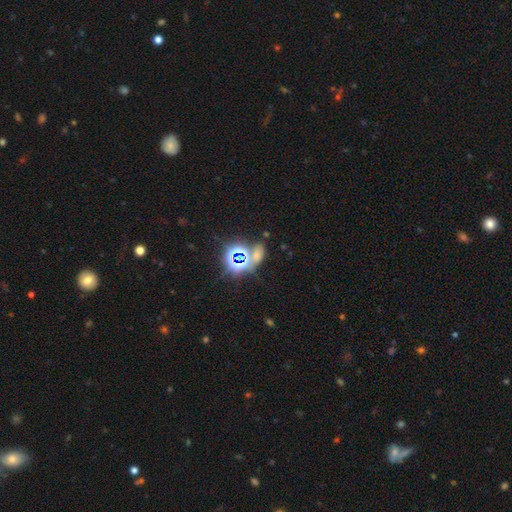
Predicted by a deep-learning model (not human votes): This appears to be a star or artifact, not a galaxy (57%).